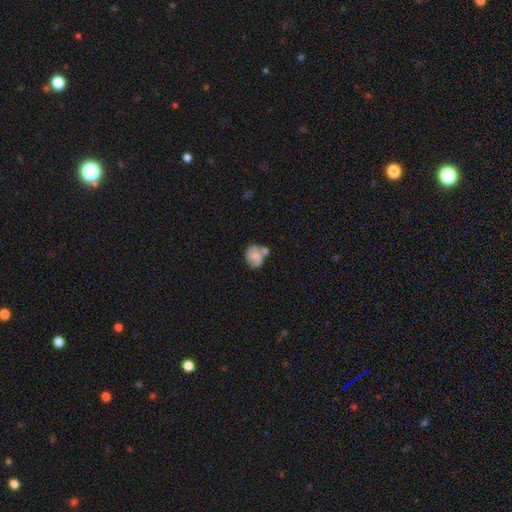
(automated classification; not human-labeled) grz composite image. It shows a smooth galaxy with no disk features (62%) that is round (57%). Merging: none (42%).